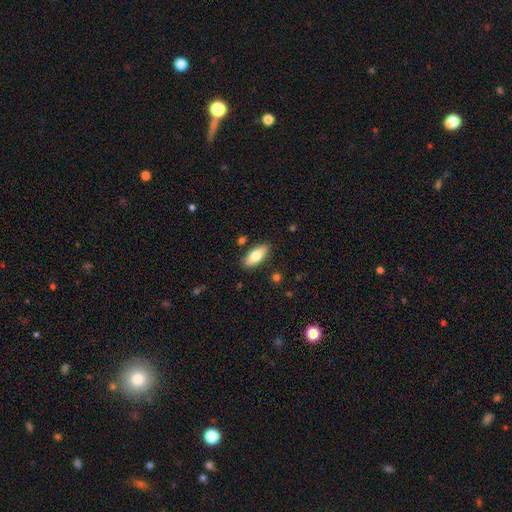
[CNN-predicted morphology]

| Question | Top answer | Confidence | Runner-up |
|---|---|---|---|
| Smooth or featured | smooth | 74% | featured or disk (20%) |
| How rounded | in between | 84% | cigar-shaped (14%) |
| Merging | none | 85% | minor disturbance (10%) |